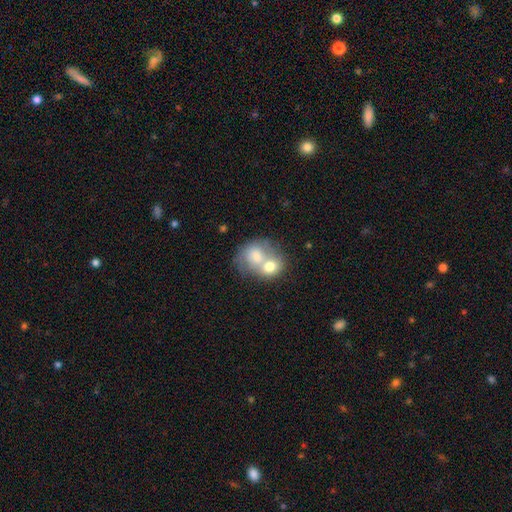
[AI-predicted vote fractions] Smooth or featured: smooth — 65% (featured or disk — 29%)
How rounded: round — 55% (in between — 44%)
Merging: merger — 76% (none — 13%)